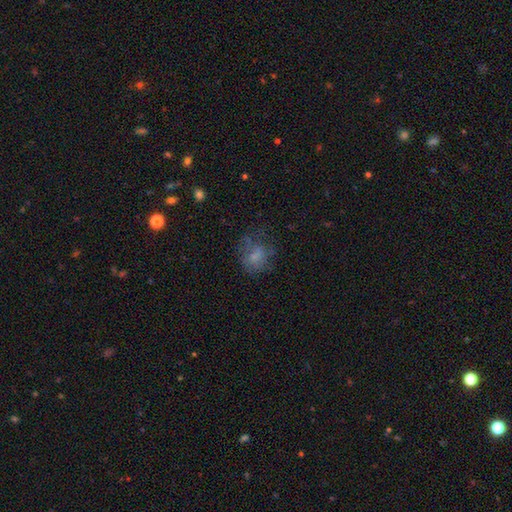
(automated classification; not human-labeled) A smooth galaxy with no disk features (61%) that is round (63%).

Vote fractions:
- Smooth or featured? smooth: 61% / featured or disk: 24% / star or artifact: 15%
- How rounded? round: 63% / in between: 36% / cigar-shaped: 1%
- Merging? none: 47% / major disturbance: 27% / minor disturbance: 23% / merger: 3%